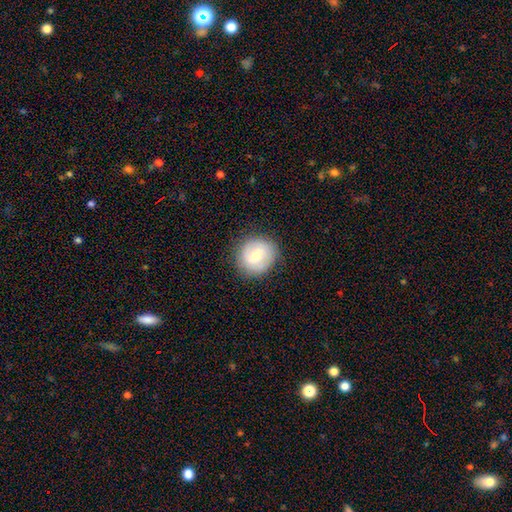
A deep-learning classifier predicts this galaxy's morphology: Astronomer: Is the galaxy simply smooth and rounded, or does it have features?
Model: smooth — 54% (runner-up: featured or disk, 39%).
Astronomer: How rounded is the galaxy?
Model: round — 85%.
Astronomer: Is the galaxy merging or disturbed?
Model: none — 83%.